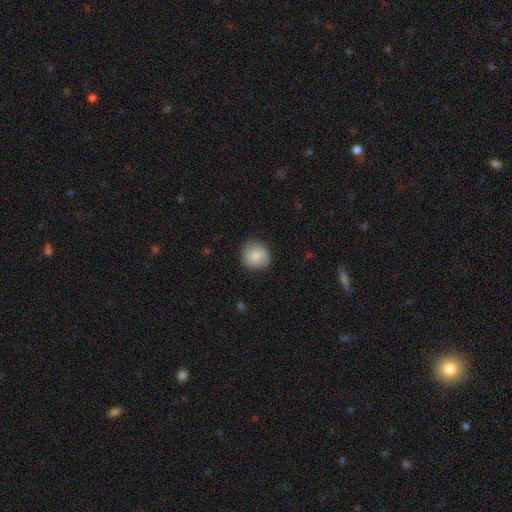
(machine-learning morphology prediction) Overall: smooth (82%). How rounded: round (89%). Merging: none (84%).